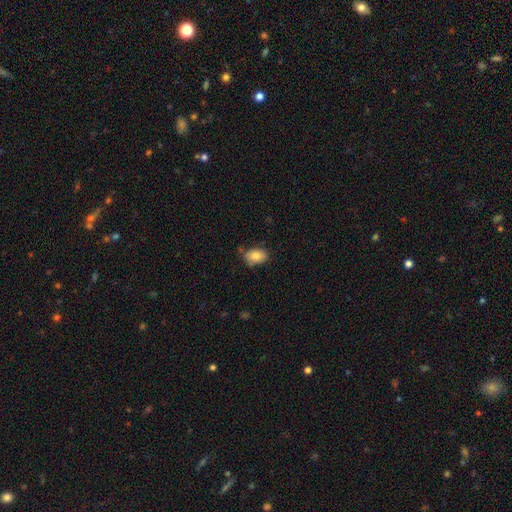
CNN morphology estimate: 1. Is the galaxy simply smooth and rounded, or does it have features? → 83% smooth, 9% featured or disk, 8% star or artifact.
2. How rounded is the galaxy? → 85% in between, 14% round, 1% cigar-shaped.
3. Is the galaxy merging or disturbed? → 73% none, 20% minor disturbance, 4% merger, 4% major disturbance.